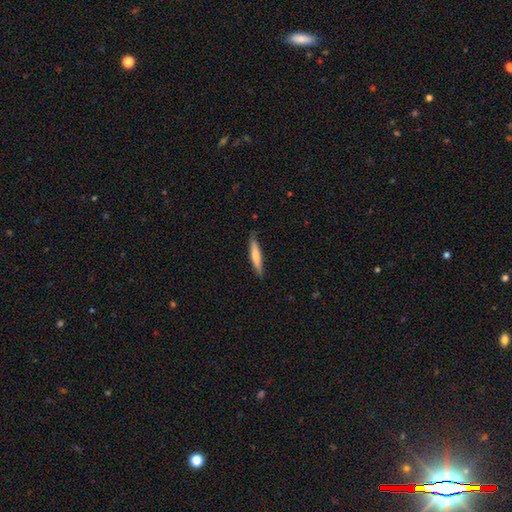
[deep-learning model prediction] Morphology: type=smooth (67%); roundness=cigar-shaped (89%); merging=none (83%).